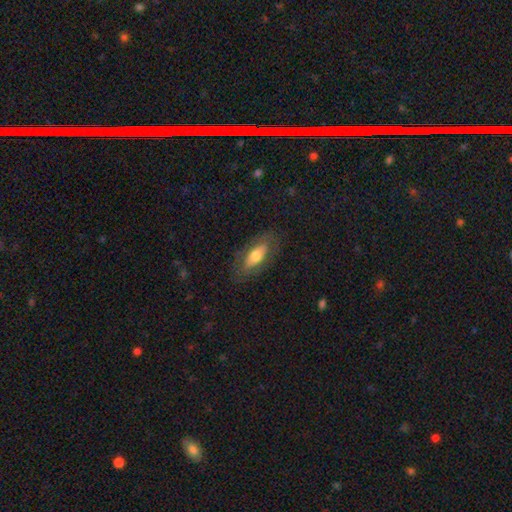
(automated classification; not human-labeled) Smooth or featured?
  - smooth: 57% *
  - featured or disk: 36%
  - star or artifact: 7%
How rounded?
  - in between: 77% *
  - cigar-shaped: 20%
  - round: 4%
Merging?
  - none: 78% *
  - minor disturbance: 14%
  - major disturbance: 6%
  - merger: 1%